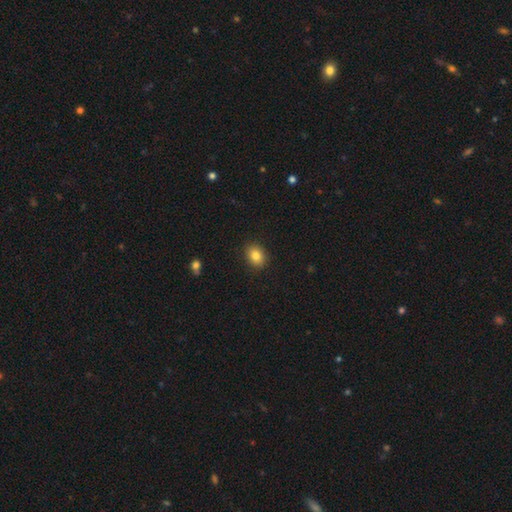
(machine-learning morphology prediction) type=smooth (84%); roundness=in between (56%); merging=none (90%).